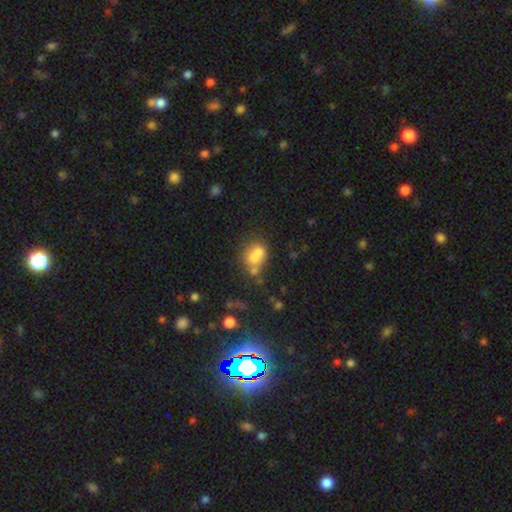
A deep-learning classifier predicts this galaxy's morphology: Q: Smooth or featured?
A: smooth (66%); runner-up: featured or disk (21%)
Q: How rounded?
A: in between (65%); runner-up: round (33%)
Q: Merging?
A: merger (41%); runner-up: none (31%)